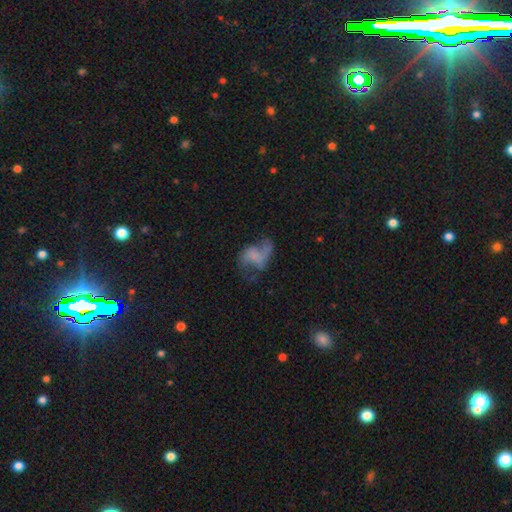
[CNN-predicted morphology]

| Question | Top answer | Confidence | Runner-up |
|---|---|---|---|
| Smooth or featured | featured or disk | 65% | smooth (25%) |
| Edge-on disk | no | 98% | yes (2%) |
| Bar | no | 66% | weak (26%) |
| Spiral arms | yes | 77% | no (23%) |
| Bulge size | none | 63% | small (24%) |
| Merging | none | 41% | major disturbance (33%) |